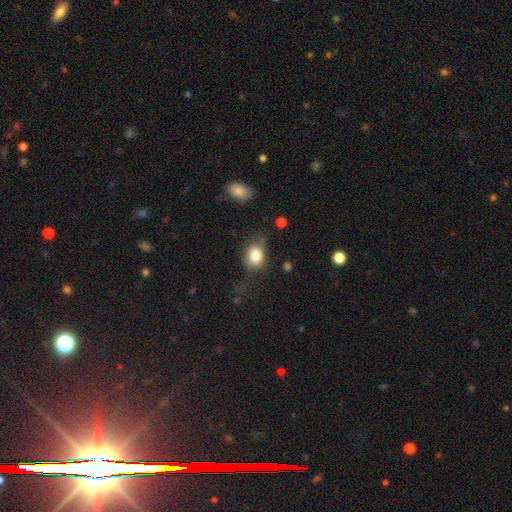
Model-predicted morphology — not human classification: Smooth or featured? Predicted: smooth (p=0.81). How rounded? Predicted: round (p=0.53). Merging? Predicted: none (p=0.53).